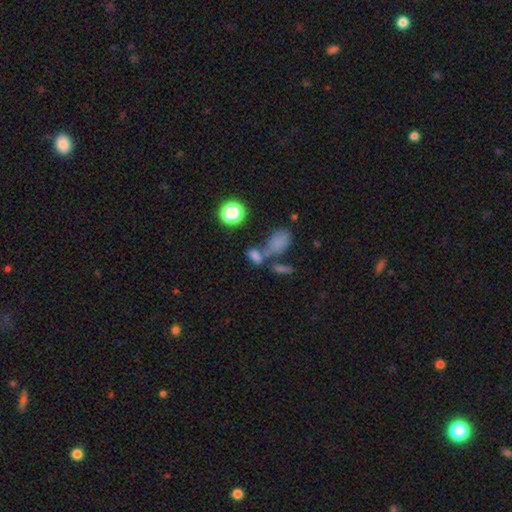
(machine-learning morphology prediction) Overall: smooth (71%). How rounded: in between (79%). Merging: merger (44%; none 36%).